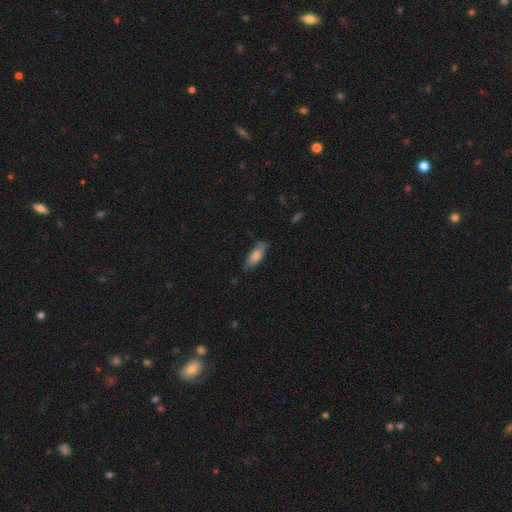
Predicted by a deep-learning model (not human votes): smooth_or_featured: smooth (p=0.68) [alt: featured or disk p=0.26]
how_rounded: in between (p=0.59) [alt: cigar-shaped p=0.38]
merging: none (p=0.71) [alt: minor disturbance p=0.23]